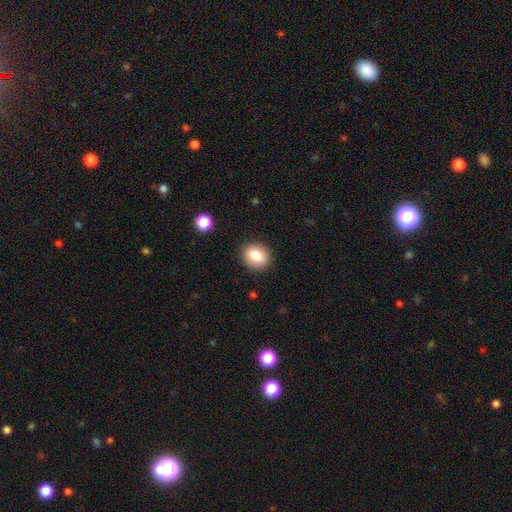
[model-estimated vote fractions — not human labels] A smooth galaxy with no disk features (82%) that is round (62%). Merging: none (89%).